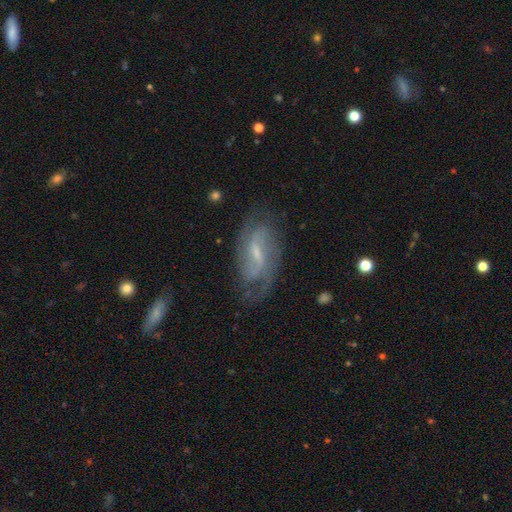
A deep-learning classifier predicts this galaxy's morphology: Smooth or featured? featured or disk (76%)
Edge-on disk? no (94%)
Bar? weak (54%)
Spiral arms? yes (93%)
Spiral winding? medium (42%)
Spiral arm count? 2 (49%)
Bulge size? small (56%)
Merging? none (75%)